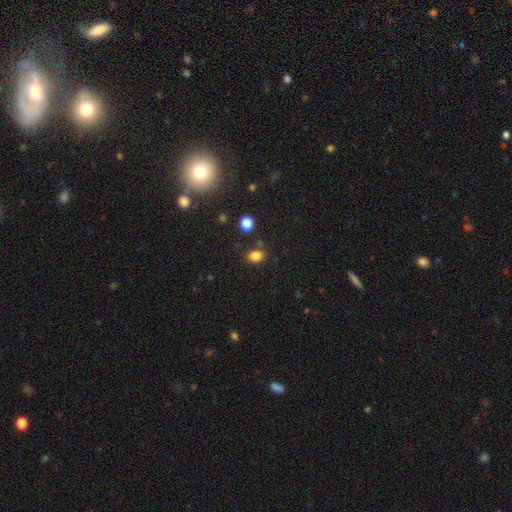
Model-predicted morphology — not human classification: This appears to be a smooth galaxy with no disk features (82%) that is in between round and cigar-shaped (54%). Merging: none (76%).